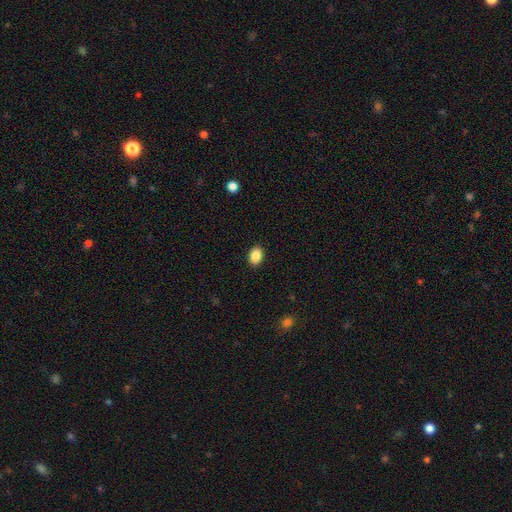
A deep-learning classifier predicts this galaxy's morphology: A smooth galaxy with no disk features (88%) that is in between round and cigar-shaped (73%). Merging: none (90%).